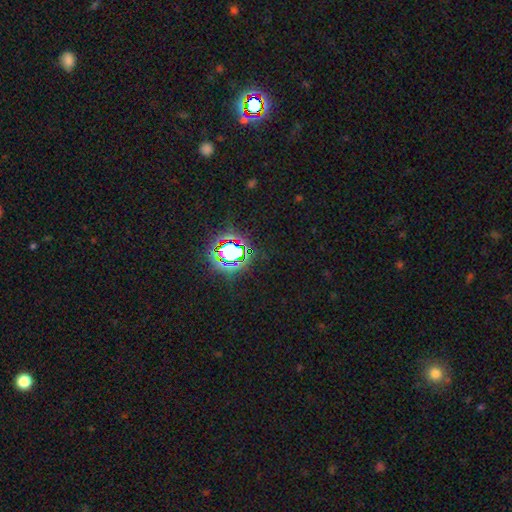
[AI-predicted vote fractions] A star or artifact, not a galaxy (80%).

Vote fractions:
- Smooth or featured? star or artifact: 80% / smooth: 13% / featured or disk: 7%